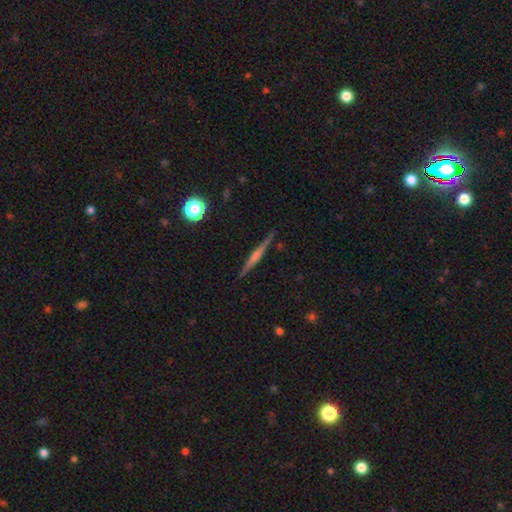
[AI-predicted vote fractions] This appears to be a featured or disk galaxy (65%) viewed edge-on (98%) with a rounded central bulge (51%). Merging: none (90%).